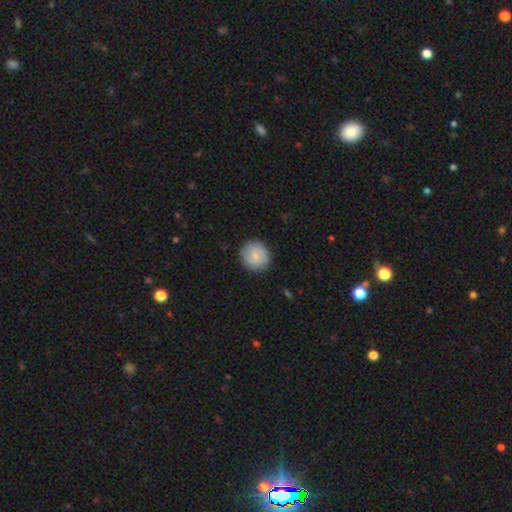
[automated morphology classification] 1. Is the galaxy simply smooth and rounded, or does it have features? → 69% smooth, 25% featured or disk, 6% star or artifact.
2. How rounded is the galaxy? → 90% round, 9% in between, 1% cigar-shaped.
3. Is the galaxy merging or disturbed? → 89% none, 8% minor disturbance, 2% major disturbance, 1% merger.